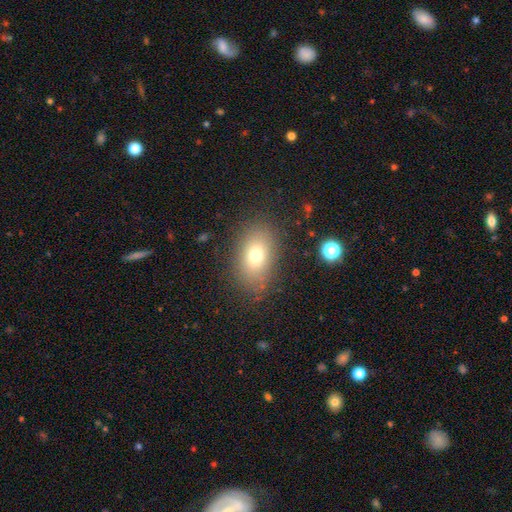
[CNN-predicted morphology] This is likely a smooth galaxy (72%). How rounded: clearly in between (83%). Merging: clearly none (81%).